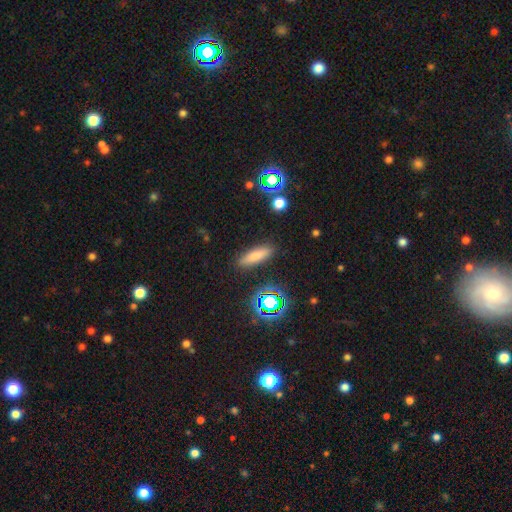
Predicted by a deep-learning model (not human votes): smooth 76%, star or artifact 13%, featured or disk 10%. Down the decision tree: how rounded — cigar-shaped (57%); merging — none (87%).